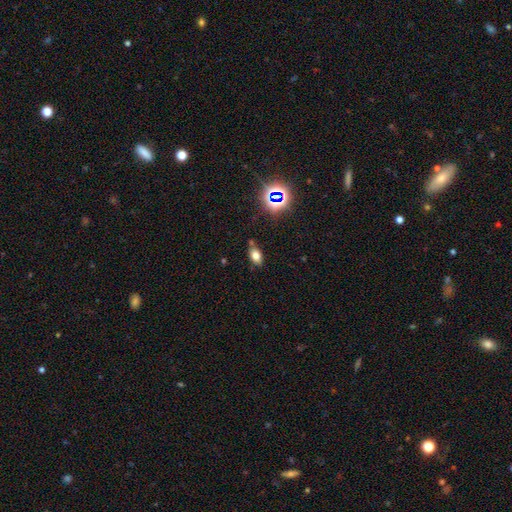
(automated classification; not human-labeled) This is likely a smooth galaxy (72%). How rounded: clearly in between (87%). Merging: likely none (78%).